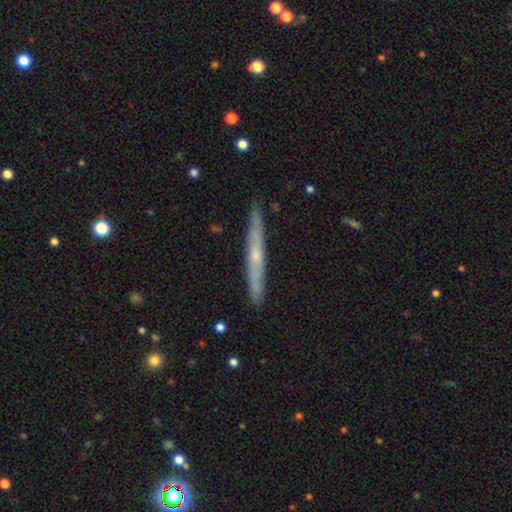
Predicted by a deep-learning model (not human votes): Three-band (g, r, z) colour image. It shows a featured or disk galaxy (59%) viewed edge-on (95%) with no central bulge (50%). Merging: none (89%).